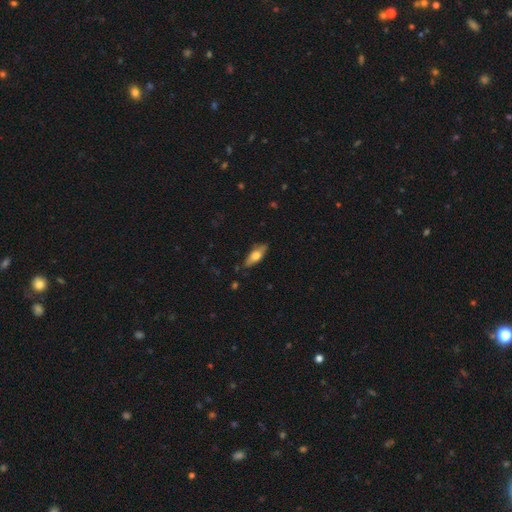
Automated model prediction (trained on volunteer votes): A smooth galaxy with no disk features (60%) that is in between round and cigar-shaped (66%). Merging: none (83%).